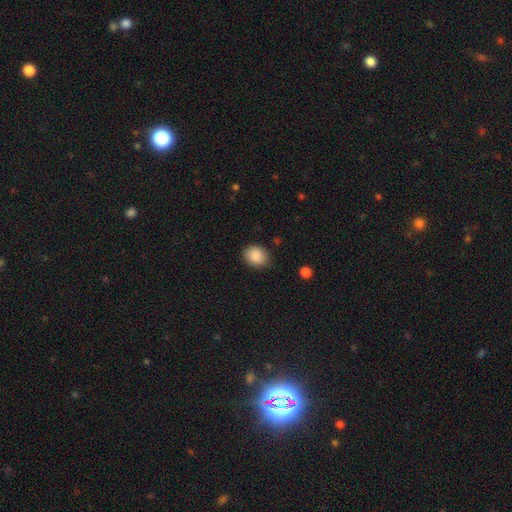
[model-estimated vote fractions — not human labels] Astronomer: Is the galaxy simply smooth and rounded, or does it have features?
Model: smooth — 88%.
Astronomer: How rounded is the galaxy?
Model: round — 54% (runner-up: in between, 45%).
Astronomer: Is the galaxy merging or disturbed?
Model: none — 81%.